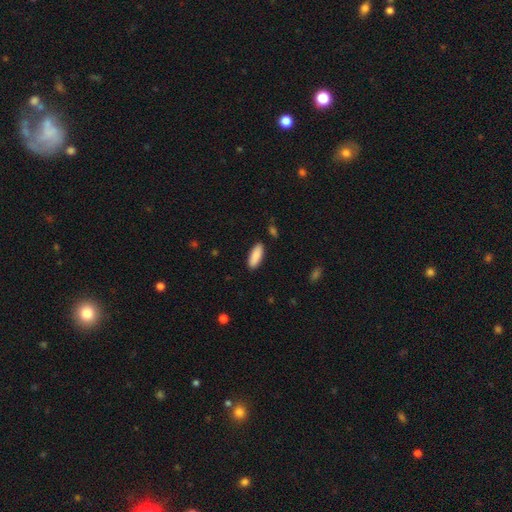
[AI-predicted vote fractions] Smooth or featured? smooth (89%)
How rounded? in between (68%)
Merging? none (89%)